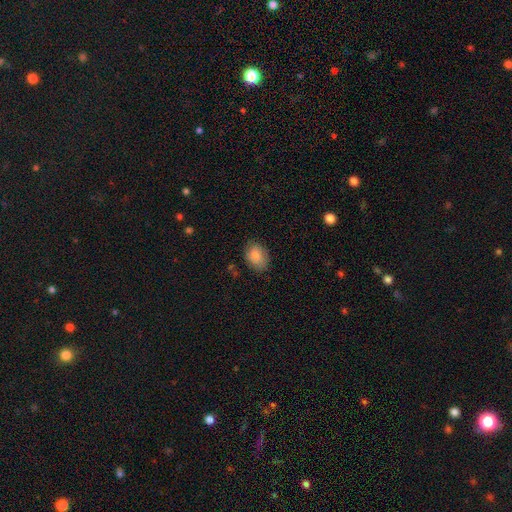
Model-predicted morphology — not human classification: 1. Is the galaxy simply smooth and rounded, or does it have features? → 86% smooth, 7% featured or disk, 7% star or artifact.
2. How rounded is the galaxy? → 76% in between, 23% round, 1% cigar-shaped.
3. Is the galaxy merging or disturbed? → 80% none, 16% minor disturbance, 4% major disturbance, 1% merger.